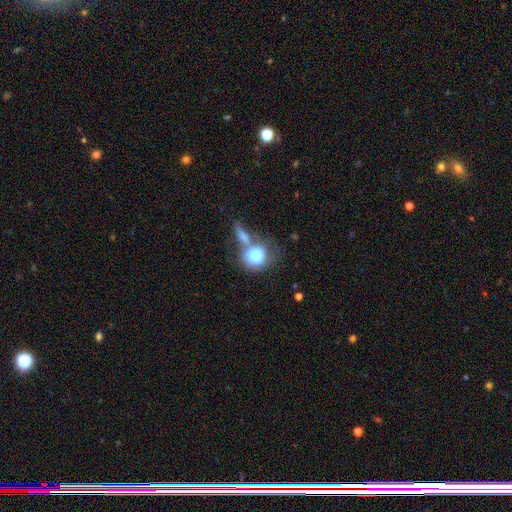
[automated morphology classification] This appears to be a smooth galaxy with no disk features (63%) that is round (49%). Merging: merger (53%).